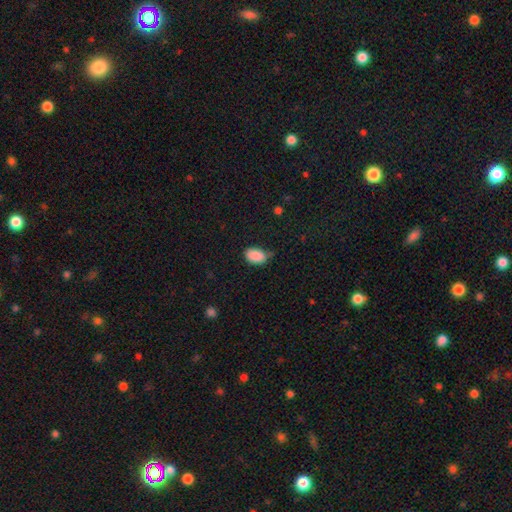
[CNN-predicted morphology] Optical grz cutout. It shows a smooth galaxy with no disk features (88%) that is in between round and cigar-shaped (89%). Merging: none (60%).